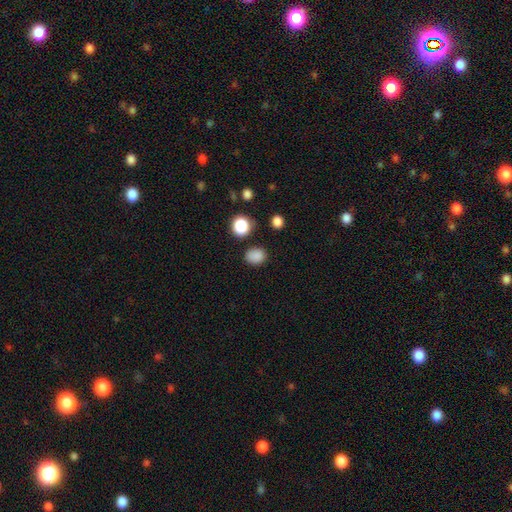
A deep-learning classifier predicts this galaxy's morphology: Smooth or featured?
  - smooth: 84% *
  - star or artifact: 13%
  - featured or disk: 3%
How rounded?
  - round: 56% *
  - in between: 43%
  - cigar-shaped: 1%
Merging?
  - none: 82% *
  - minor disturbance: 12%
  - major disturbance: 3%
  - merger: 3%